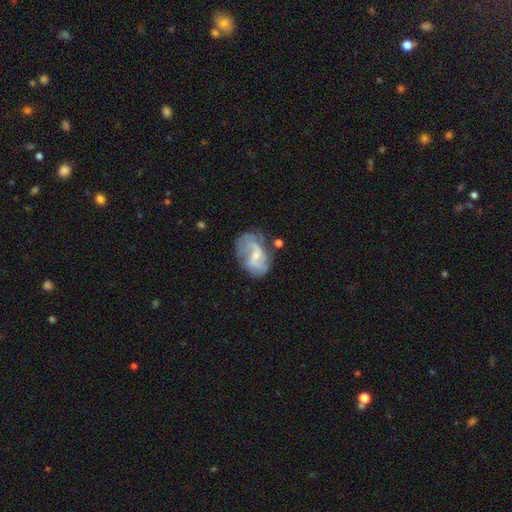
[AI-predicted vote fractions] Overall: featured or disk (72%). Edge-on disk: no (97%). Bar: weak (52%; no 36%). Spiral arms: yes (84%). Spiral arm count: 2 (67%). Spiral winding: medium (42%; loose 40%). Bulge size: small (56%; moderate 31%). Merging: none (51%; minor disturbance 26%).